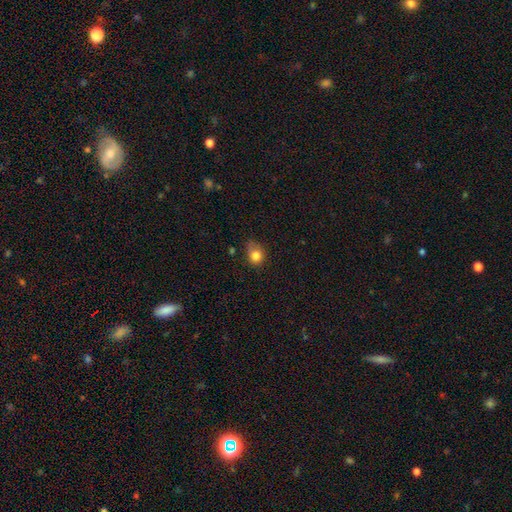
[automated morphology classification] A smooth galaxy with no disk features (81%) that is round (61%).

Vote fractions:
- Smooth or featured? smooth: 81% / star or artifact: 11% / featured or disk: 8%
- How rounded? round: 61% / in between: 38% / cigar-shaped: 1%
- Merging? none: 47% / minor disturbance: 37% / major disturbance: 13% / merger: 3%